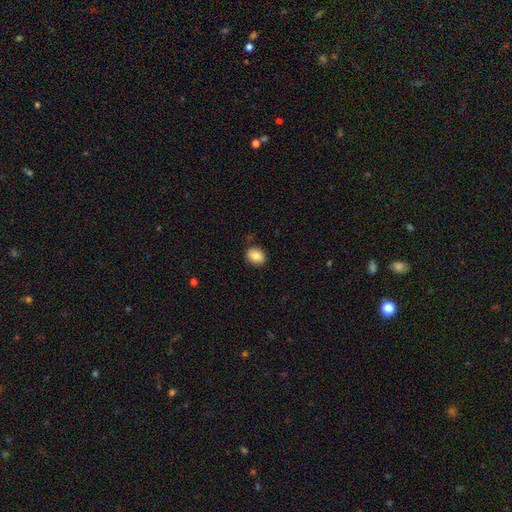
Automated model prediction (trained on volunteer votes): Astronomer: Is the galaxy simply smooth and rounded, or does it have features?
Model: smooth — 84%.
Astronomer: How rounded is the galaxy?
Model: in between — 50% (runner-up: round, 49%).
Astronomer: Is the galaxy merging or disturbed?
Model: none — 84%.